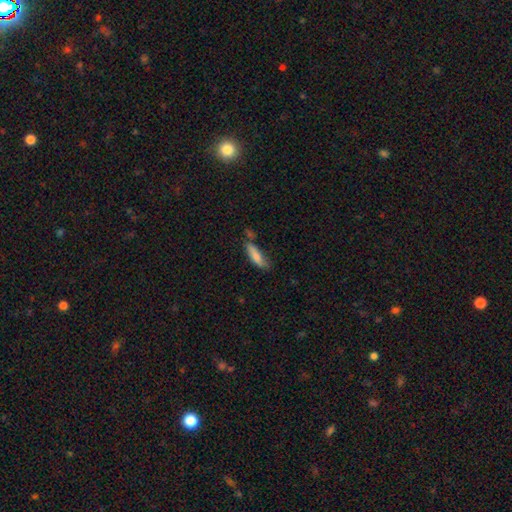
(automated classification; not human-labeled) Smooth or featured? smooth (79%)
How rounded? cigar-shaped (61%)
Merging? none (51%)